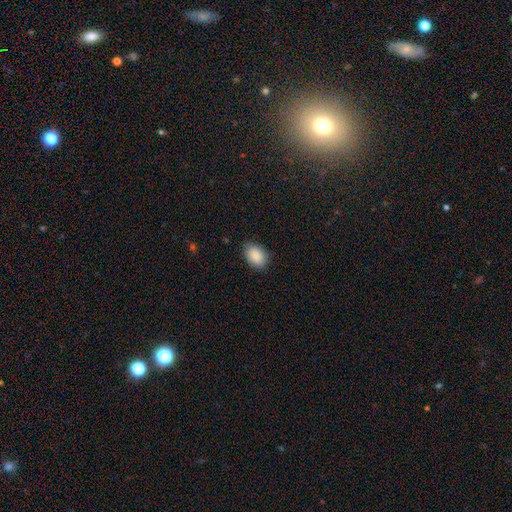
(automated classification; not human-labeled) Q: Smooth or featured?
A: smooth (90%); runner-up: star or artifact (7%)
Q: How rounded?
A: in between (82%); runner-up: round (17%)
Q: Merging?
A: none (84%); runner-up: minor disturbance (12%)